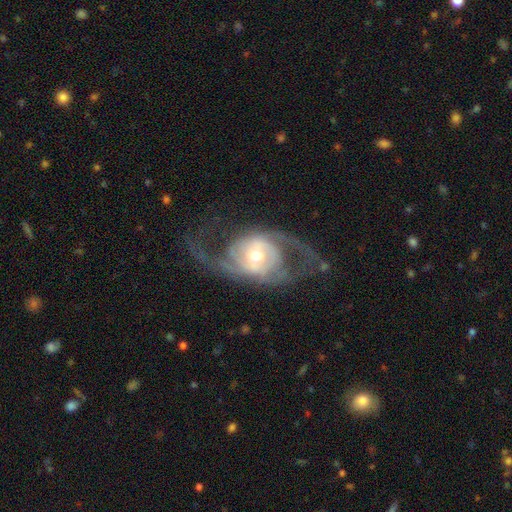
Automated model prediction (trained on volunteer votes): The model was most divided on "spiral winding": medium: 43%, loose: 38%, tight: 18%. More confident: edge-on disk — no (95%); spiral arms — yes (86%); smooth or featured — featured or disk (83%); spiral arm count — 2 (78%); bulge size — moderate (63%); merging — none (54%); bar — no (52%).